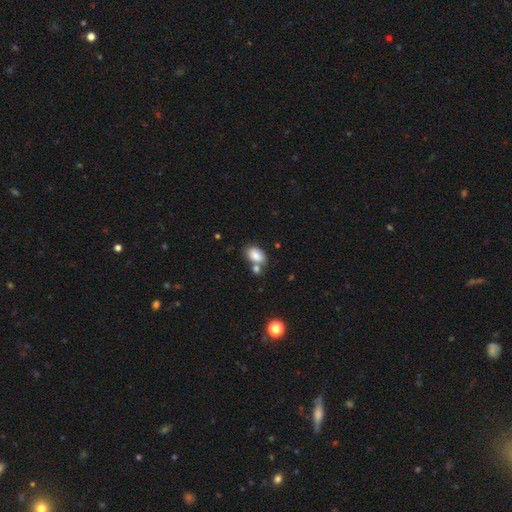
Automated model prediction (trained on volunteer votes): A smooth galaxy with no disk features (83%) that is in between round and cigar-shaped (87%).

Vote fractions:
- Smooth or featured? smooth: 83% / featured or disk: 9% / star or artifact: 8%
- How rounded? in between: 87% / round: 12% / cigar-shaped: 1%
- Merging? none: 50% / merger: 31% / minor disturbance: 14% / major disturbance: 4%